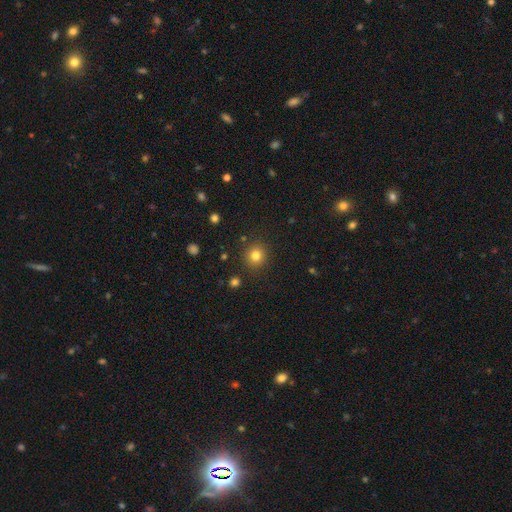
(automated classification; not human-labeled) Smooth or featured? Predicted: smooth (p=0.80). How rounded? Predicted: round (p=0.92). Merging? Predicted: none (p=0.89).